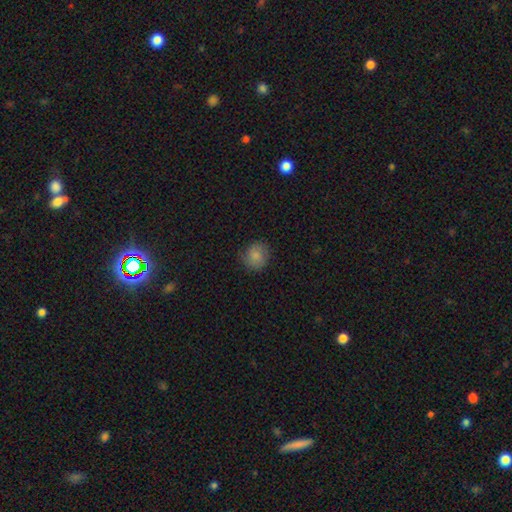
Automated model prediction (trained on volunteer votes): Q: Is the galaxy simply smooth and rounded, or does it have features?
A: smooth — 83%.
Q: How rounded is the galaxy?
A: round — 85%.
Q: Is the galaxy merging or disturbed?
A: none — 78%.